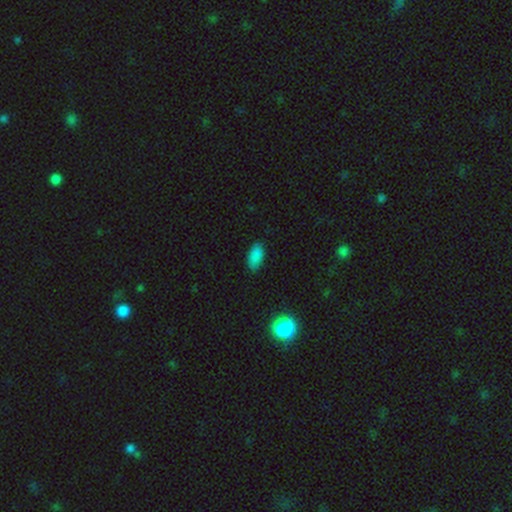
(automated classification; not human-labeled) smooth-or-featured: smooth: 86% | star or artifact: 10% | featured or disk: 4%
  how-rounded: in between: 92% | cigar-shaped: 5% | round: 3%
  merging: none: 84% | minor disturbance: 13% | major disturbance: 2% | merger: 1%